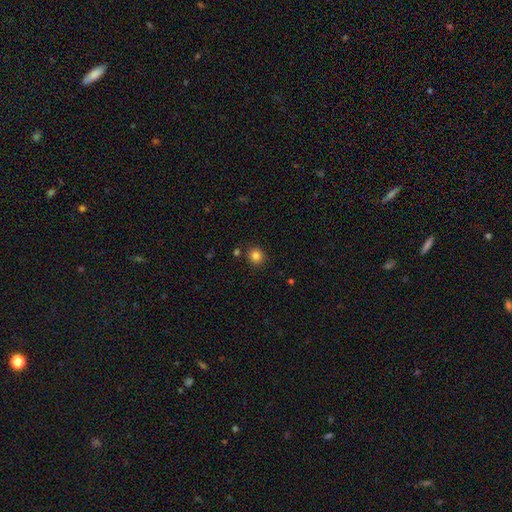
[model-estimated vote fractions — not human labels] This is clearly a smooth galaxy (83%). How rounded: clearly round (88%). Merging: clearly none (86%).